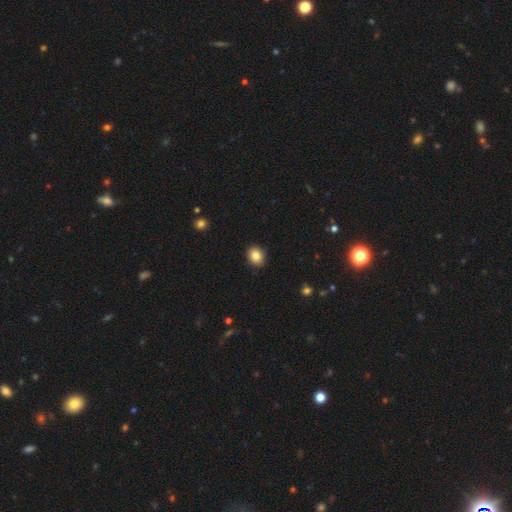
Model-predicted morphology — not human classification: Q: Smooth or featured?
A: smooth (85%); runner-up: star or artifact (9%)
Q: How rounded?
A: round (56%); runner-up: in between (43%)
Q: Merging?
A: none (89%); runner-up: minor disturbance (8%)